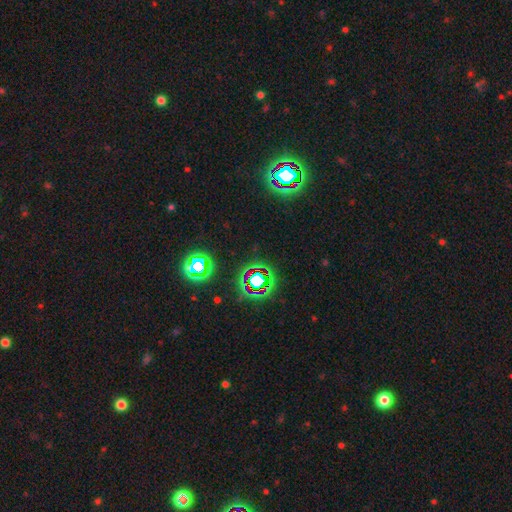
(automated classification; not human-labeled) Q: Smooth or featured?
A: star or artifact (78%); runner-up: smooth (12%)